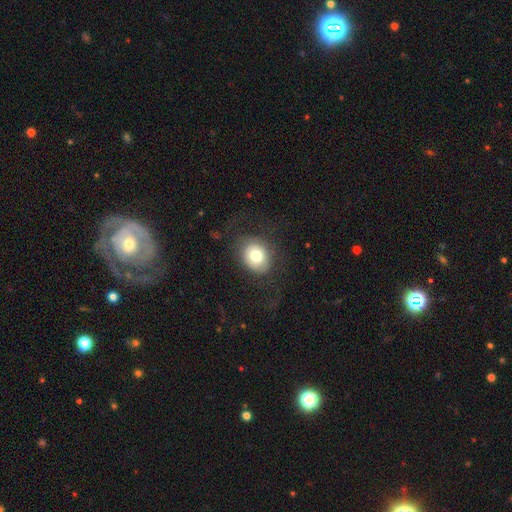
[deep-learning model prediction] smooth 72%, featured or disk 18%, star or artifact 10%. Down the decision tree: how rounded — round (60%); merging — none (74%).